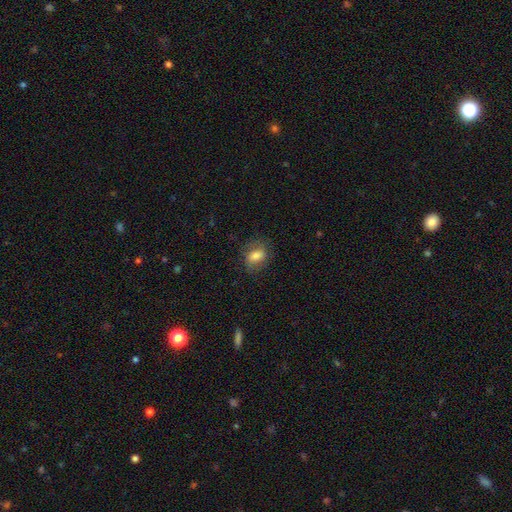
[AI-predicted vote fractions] The model was most divided on "merging": none: 70%, minor disturbance: 20%, major disturbance: 9%, merger: 1%. More confident: how rounded — in between (74%); smooth or featured — smooth (73%).